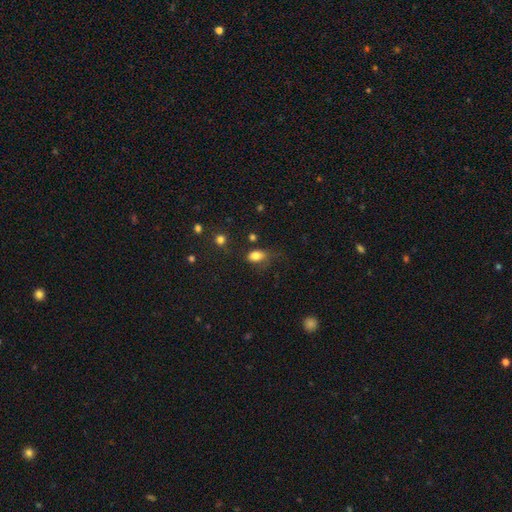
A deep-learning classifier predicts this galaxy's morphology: type=smooth (83%); roundness=in between (86%); merging=none (54%).